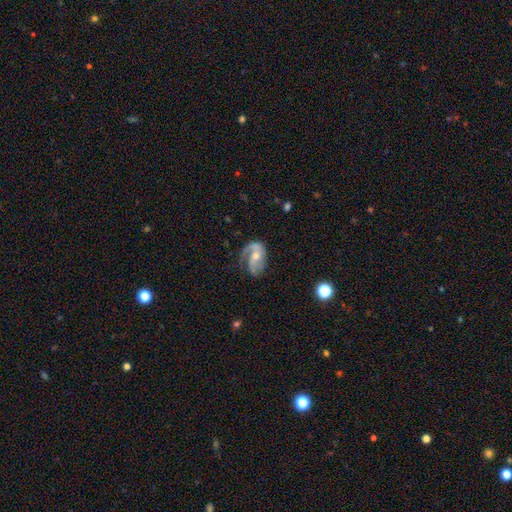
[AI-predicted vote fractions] Smooth or featured? featured or disk (81%)
Edge-on disk? no (97%)
Bar? no (51%)
Spiral arms? yes (93%)
Spiral winding? medium (45%)
Spiral arm count? 2 (58%)
Bulge size? moderate (53%)
Merging? none (54%)